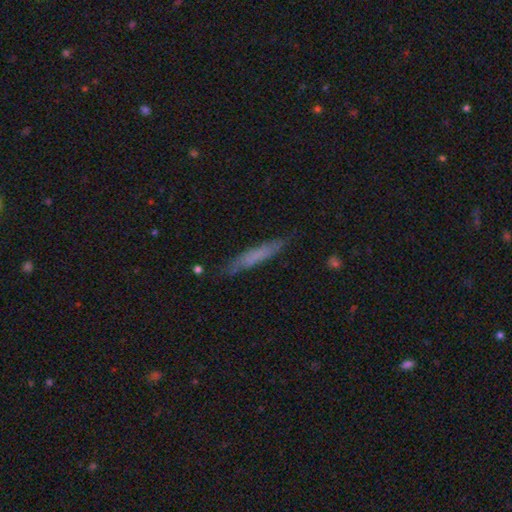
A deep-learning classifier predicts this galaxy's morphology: type=smooth (62%); roundness=cigar-shaped (93%); merging=none (81%).